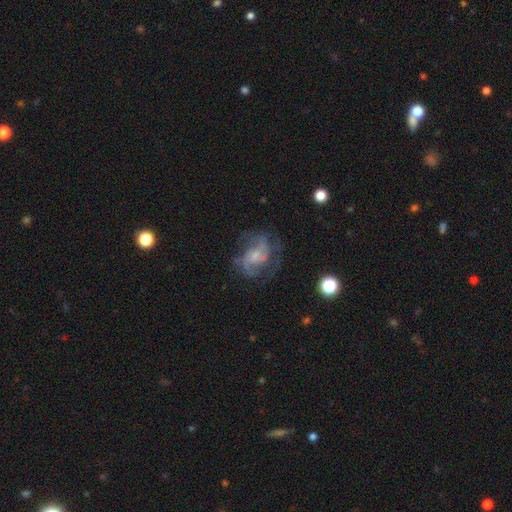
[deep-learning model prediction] Q: Smooth or featured?
A: featured or disk (76%); runner-up: smooth (16%)
Q: Edge-on disk?
A: no (98%); runner-up: yes (2%)
Q: Bar?
A: no (51%); runner-up: weak (41%)
Q: Spiral arms?
A: yes (87%); runner-up: no (13%)
Q: Spiral winding?
A: medium (49%); runner-up: loose (26%)
Q: Spiral arm count?
A: 2 (54%); runner-up: can't tell (21%)
Q: Bulge size?
A: small (45%); runner-up: none (26%)
Q: Merging?
A: none (56%); runner-up: major disturbance (21%)